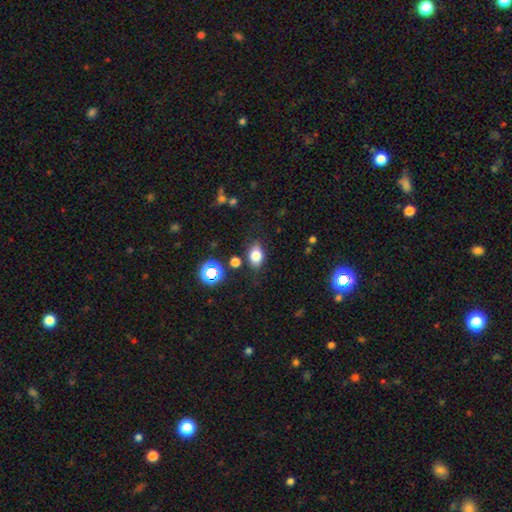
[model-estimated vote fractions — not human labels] Smooth or featured? smooth (75%)
How rounded? in between (79%)
Merging? none (81%)